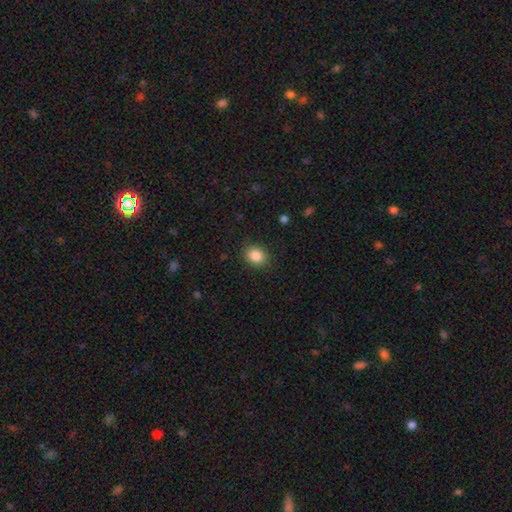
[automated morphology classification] This appears to be a smooth galaxy with no disk features (86%) that is round (52%). Merging: none (88%).